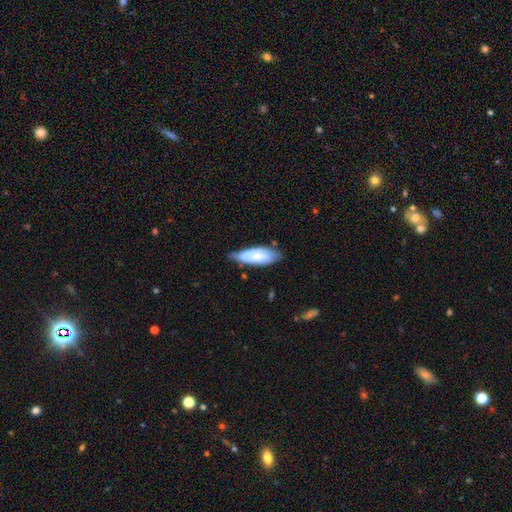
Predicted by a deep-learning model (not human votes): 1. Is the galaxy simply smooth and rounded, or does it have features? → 61% smooth, 32% featured or disk, 6% star or artifact.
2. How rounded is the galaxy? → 74% in between, 24% cigar-shaped, 2% round.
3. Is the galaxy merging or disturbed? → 55% none, 36% minor disturbance, 7% major disturbance, 3% merger.